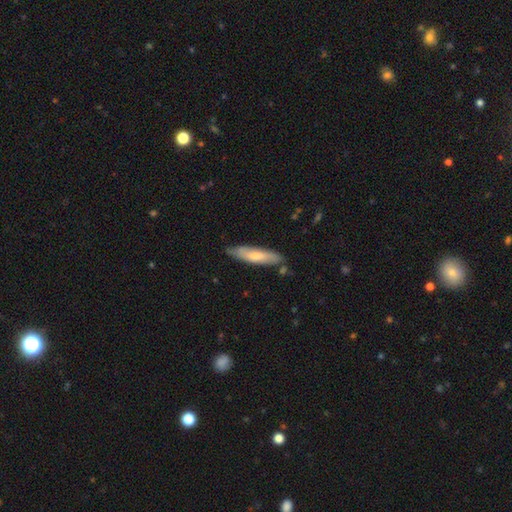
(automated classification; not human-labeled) Smooth or featured? Predicted: smooth (p=0.65). How rounded? Predicted: cigar-shaped (p=0.70). Merging? Predicted: none (p=0.76).